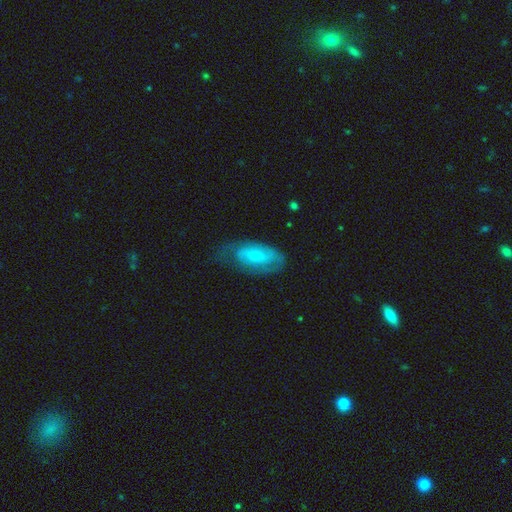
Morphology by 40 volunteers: smooth-or-featured: featured or disk: 75% | smooth: 20% | star or artifact: 5%
  disk-edge-on: no: 93% | yes: 7%
    bar: weak: 57% | no: 29% | strong: 14%
    has-spiral-arms: yes: 89% | no: 11%
      spiral-winding: tight: 48% | loose: 32% | medium: 20%
      spiral-arm-count: 2: 76% | can't tell: 24% | 1: 0% | 3: 0% | 4: 0% | more than 4: 0%
    bulge-size: moderate: 46% | small: 39% | large: 11% | none: 4% | dominant: 0%
  merging: none: 50% | major disturbance: 26% | minor disturbance: 24% | merger: 0%